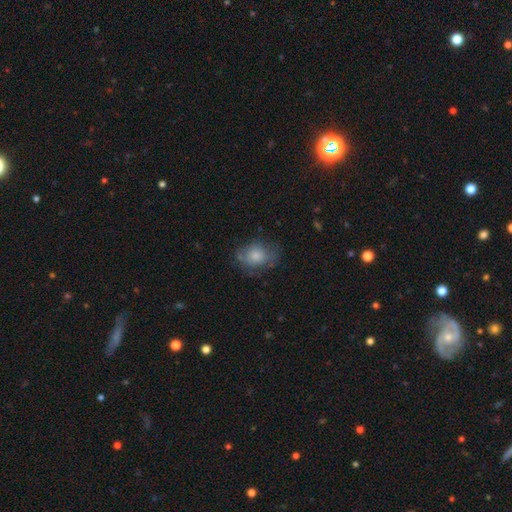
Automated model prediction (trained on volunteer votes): The model was most divided on "how rounded": in between: 62%, round: 37%, cigar-shaped: 1%. More confident: smooth or featured — smooth (73%); merging — none (59%).